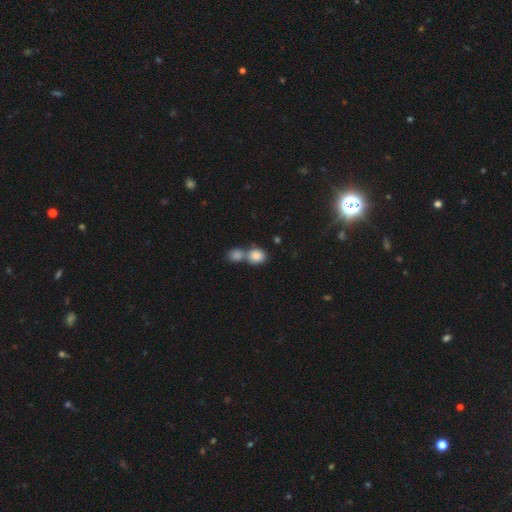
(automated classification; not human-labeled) Smooth or featured? smooth (85%)
How rounded? round (67%)
Merging? merger (58%)